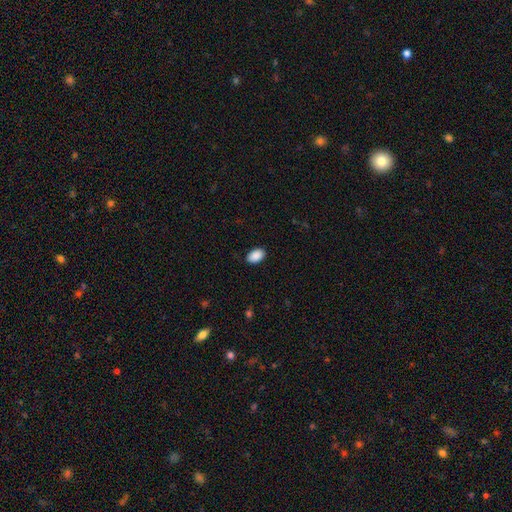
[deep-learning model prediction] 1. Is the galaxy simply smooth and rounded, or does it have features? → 91% smooth, 7% star or artifact, 3% featured or disk.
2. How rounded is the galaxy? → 90% in between, 9% round, 1% cigar-shaped.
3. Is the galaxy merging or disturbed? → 88% none, 9% minor disturbance, 2% major disturbance, 1% merger.